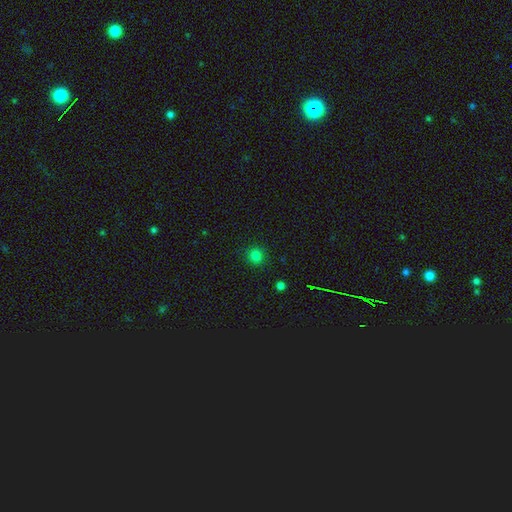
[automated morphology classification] This appears to be a smooth galaxy with no disk features (80%) that is round (92%). Merging: none (90%).